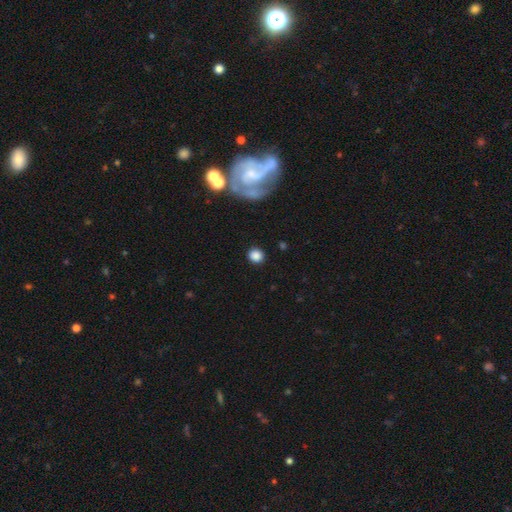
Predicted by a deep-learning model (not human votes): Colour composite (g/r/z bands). It shows a smooth galaxy with no disk features (85%) that is round (87%). Merging: none (89%).